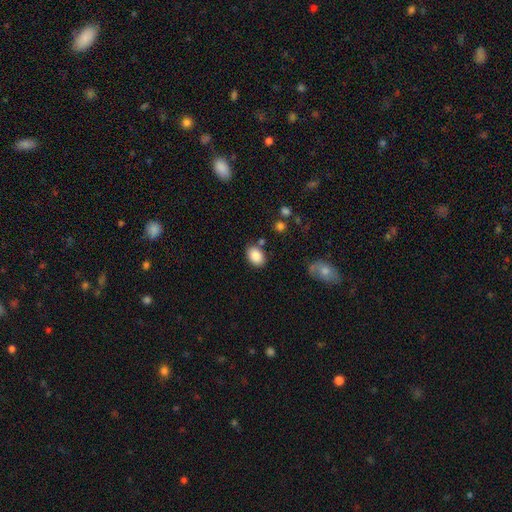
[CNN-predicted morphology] This is clearly a smooth galaxy (87%). How rounded: likely in between (78%). Merging: likely none (78%).